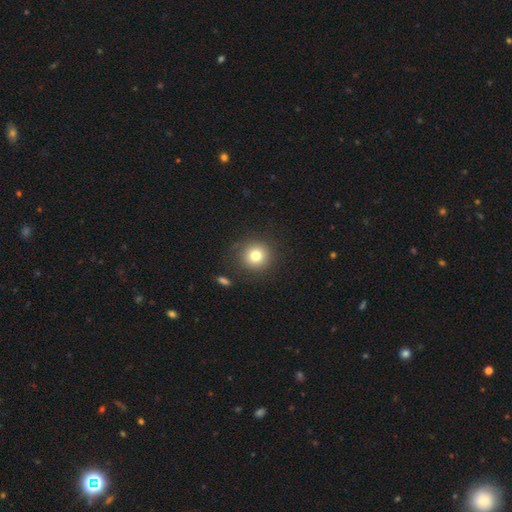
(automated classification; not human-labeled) smooth_or_featured: smooth (p=0.79) [alt: star or artifact p=0.12]
how_rounded: round (p=0.93) [alt: in between p=0.06]
merging: none (p=0.86) [alt: minor disturbance p=0.08]